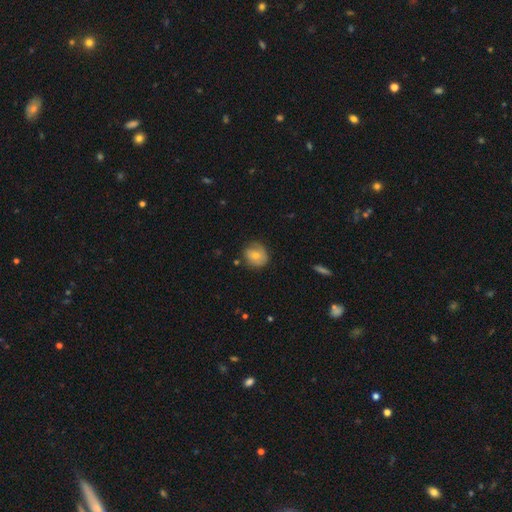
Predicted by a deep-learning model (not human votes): The model was most divided on "smooth or featured": smooth: 62%, featured or disk: 30%, star or artifact: 8%. More confident: how rounded — round (74%); merging — none (65%).